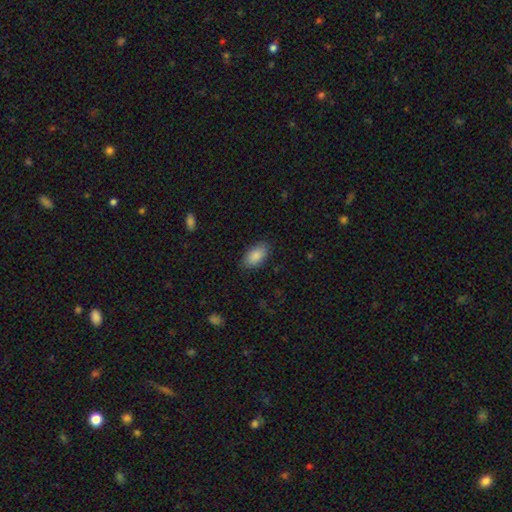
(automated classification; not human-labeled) A smooth galaxy with no disk features (88%) that is in between round and cigar-shaped (94%). Merging: none (84%).